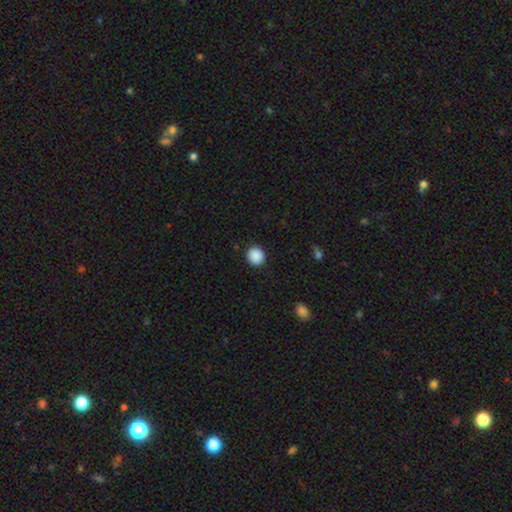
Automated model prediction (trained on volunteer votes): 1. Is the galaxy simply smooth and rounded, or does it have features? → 89% smooth, 8% star or artifact, 2% featured or disk.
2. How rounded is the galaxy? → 91% round, 8% in between, 1% cigar-shaped.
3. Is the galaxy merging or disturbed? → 92% none, 5% minor disturbance, 2% major disturbance, 1% merger.